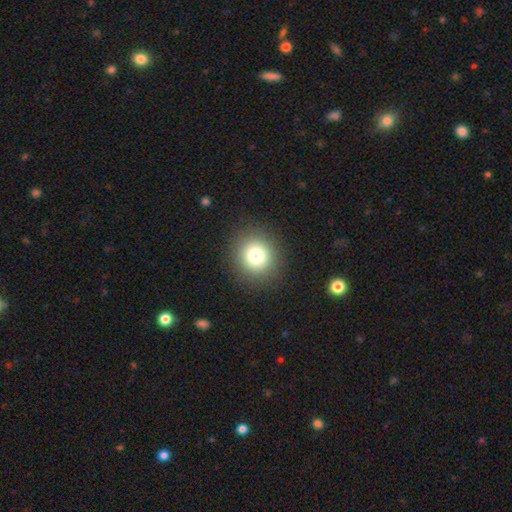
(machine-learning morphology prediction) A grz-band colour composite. It shows a smooth galaxy with no disk features (77%) that is round (90%). Merging: none (90%).